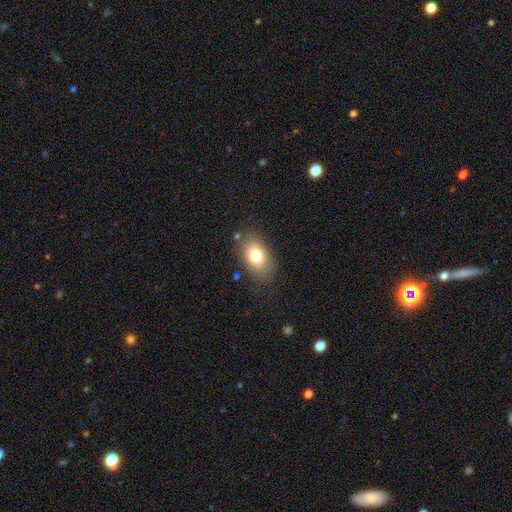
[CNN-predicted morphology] Smooth or featured? smooth (77%)
How rounded? in between (87%)
Merging? none (81%)